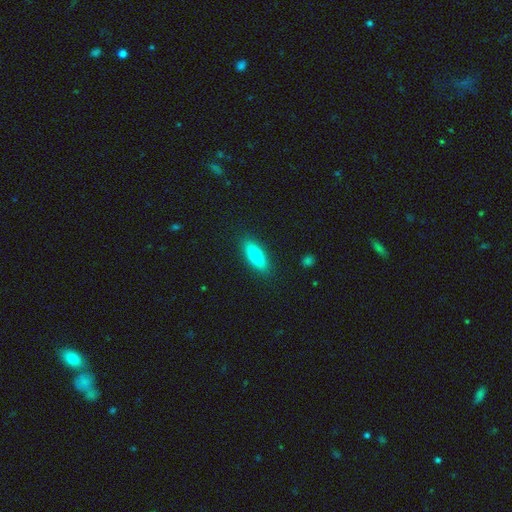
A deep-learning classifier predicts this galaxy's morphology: Q: Smooth or featured?
A: smooth (73%); runner-up: featured or disk (21%)
Q: How rounded?
A: in between (52%); runner-up: cigar-shaped (45%)
Q: Merging?
A: none (88%); runner-up: minor disturbance (8%)